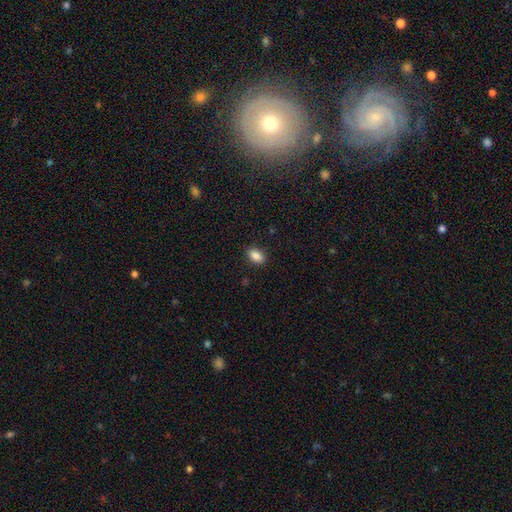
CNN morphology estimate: This appears to be a smooth galaxy with no disk features (88%) that is in between round and cigar-shaped (88%). Merging: none (88%).